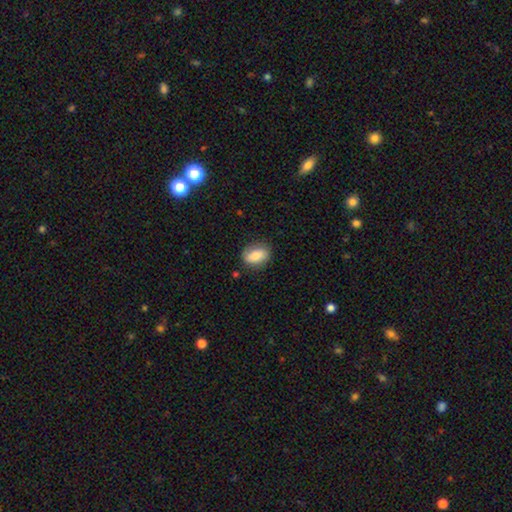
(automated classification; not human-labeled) A smooth galaxy with no disk features (75%) that is in between round and cigar-shaped (78%).

Vote fractions:
- Smooth or featured? smooth: 75% / featured or disk: 18% / star or artifact: 7%
- How rounded? in between: 78% / round: 20% / cigar-shaped: 3%
- Merging? none: 81% / minor disturbance: 15% / major disturbance: 3% / merger: 2%